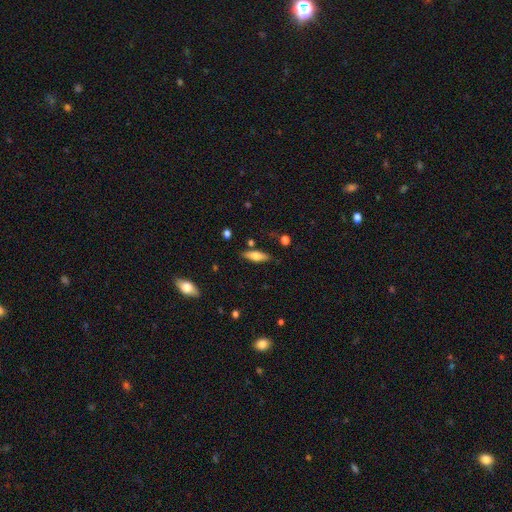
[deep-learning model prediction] smooth-or-featured: smooth: 63% | featured or disk: 30% | star or artifact: 7%
  how-rounded: in between: 53% | cigar-shaped: 45% | round: 2%
  merging: none: 81% | minor disturbance: 13% | merger: 4% | major disturbance: 3%